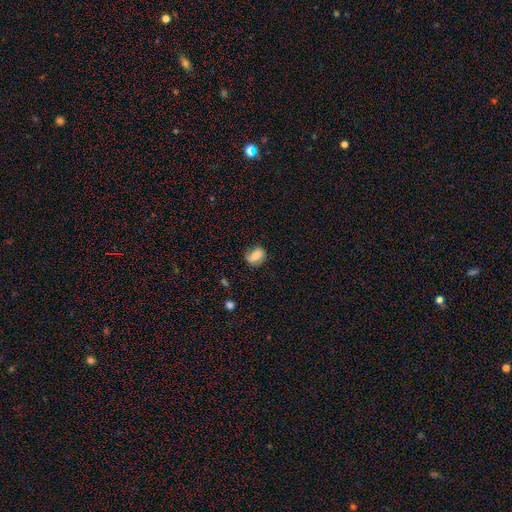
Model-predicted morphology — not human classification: Smooth or featured?
  - smooth: 69% *
  - featured or disk: 22%
  - star or artifact: 9%
How rounded?
  - in between: 56% *
  - round: 41%
  - cigar-shaped: 2%
Merging?
  - none: 73% *
  - minor disturbance: 21%
  - major disturbance: 5%
  - merger: 2%